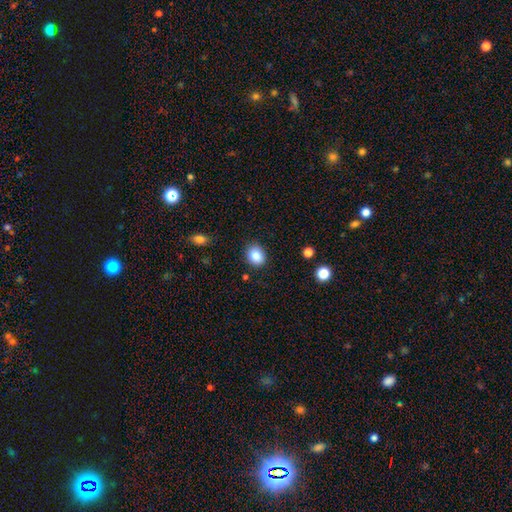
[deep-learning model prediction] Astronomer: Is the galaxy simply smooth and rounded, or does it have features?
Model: smooth — 86%.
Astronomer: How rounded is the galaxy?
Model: round — 54% (runner-up: in between, 45%).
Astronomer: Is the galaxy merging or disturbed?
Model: none — 88%.